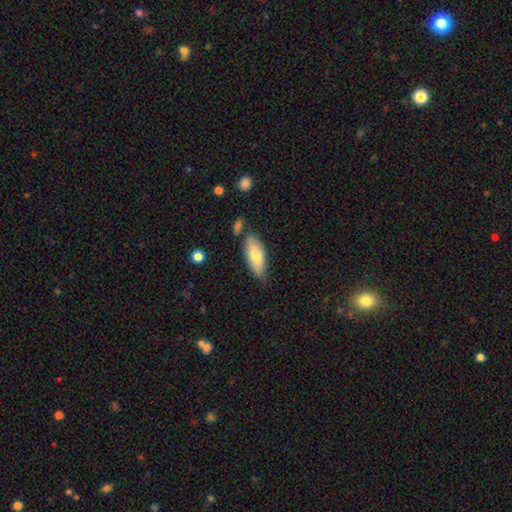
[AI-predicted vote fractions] A smooth galaxy with no disk features (71%) that is in between round and cigar-shaped (77%).

Vote fractions:
- Smooth or featured? smooth: 71% / featured or disk: 23% / star or artifact: 6%
- How rounded? in between: 77% / cigar-shaped: 20% / round: 2%
- Merging? none: 67% / minor disturbance: 21% / merger: 7% / major disturbance: 4%